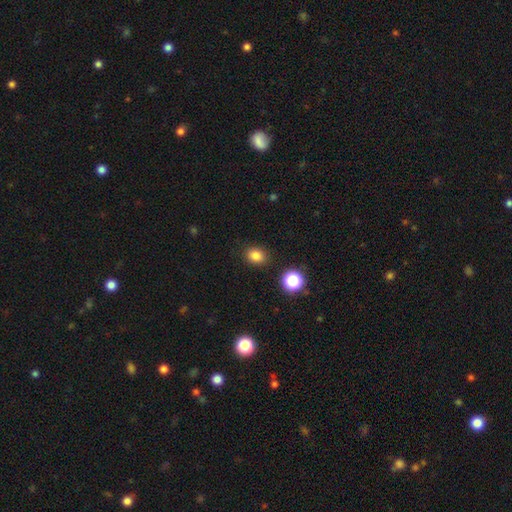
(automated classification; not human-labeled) Q: Smooth or featured?
A: smooth (82%); runner-up: star or artifact (13%)
Q: How rounded?
A: in between (53%); runner-up: round (46%)
Q: Merging?
A: none (87%); runner-up: minor disturbance (8%)